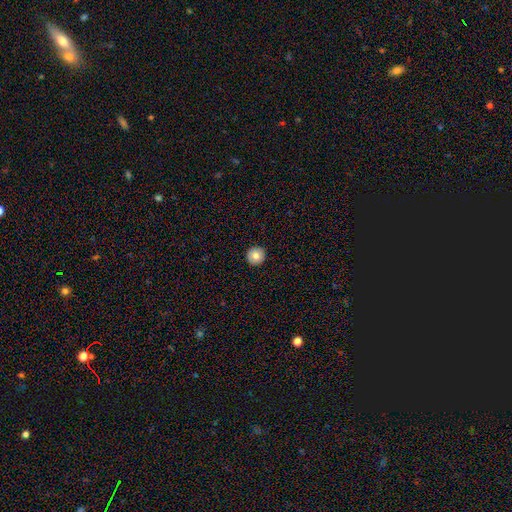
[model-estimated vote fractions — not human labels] Morphology: type=smooth (78%); roundness=round (96%); merging=none (93%).